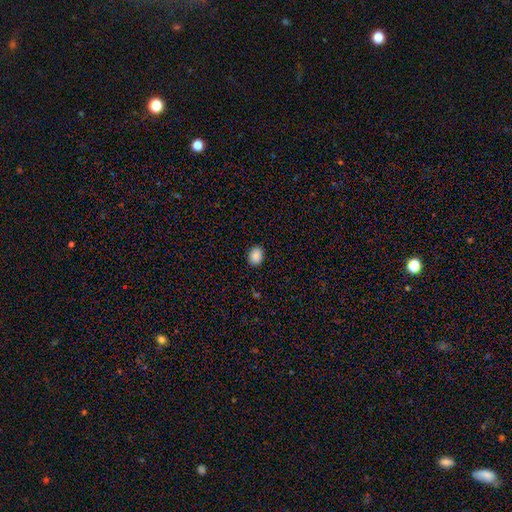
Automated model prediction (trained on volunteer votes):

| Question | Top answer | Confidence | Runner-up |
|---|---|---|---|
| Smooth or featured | smooth | 89% | star or artifact (9%) |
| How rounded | in between | 60% | round (39%) |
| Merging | none | 89% | minor disturbance (8%) |